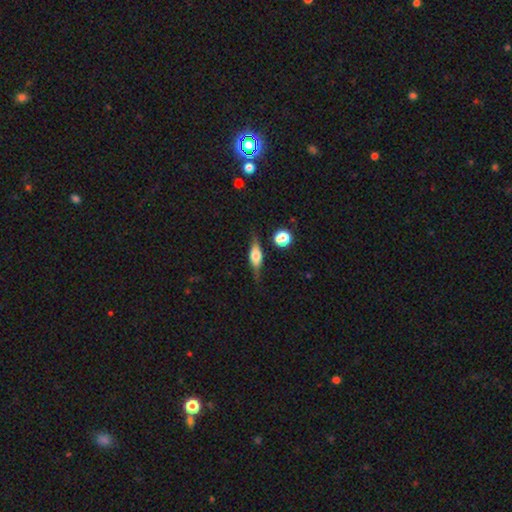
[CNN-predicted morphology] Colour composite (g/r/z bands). It shows a featured or disk galaxy (59%) viewed edge-on (92%) with a rounded central bulge (87%). Merging: none (74%).